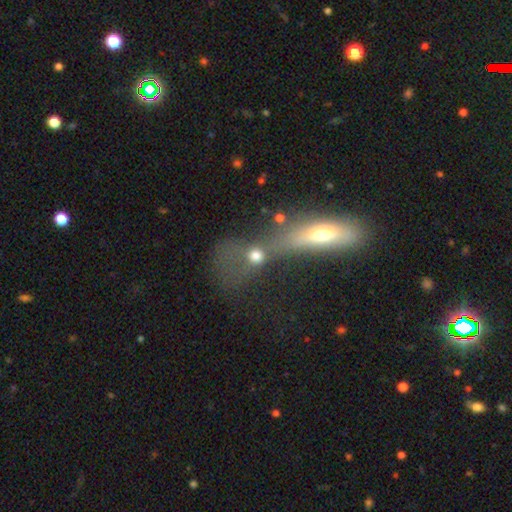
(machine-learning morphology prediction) Smooth or featured? Predicted: smooth (p=0.57). How rounded? Predicted: round (p=0.54). Merging? Predicted: merger (p=0.51).